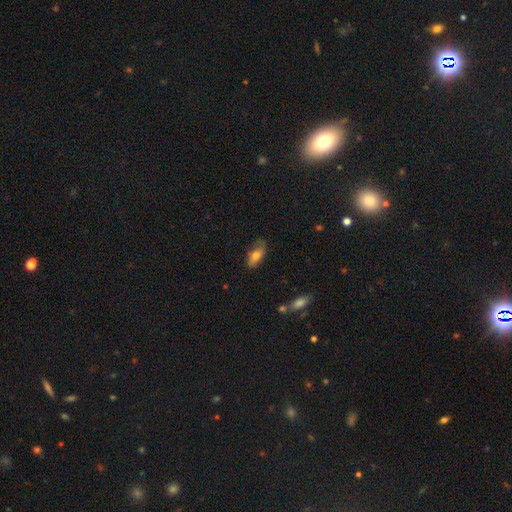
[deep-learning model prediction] Smooth or featured?
  - smooth: 70% *
  - featured or disk: 23%
  - star or artifact: 8%
How rounded?
  - in between: 83% *
  - cigar-shaped: 13%
  - round: 4%
Merging?
  - none: 67% *
  - minor disturbance: 25%
  - major disturbance: 6%
  - merger: 2%